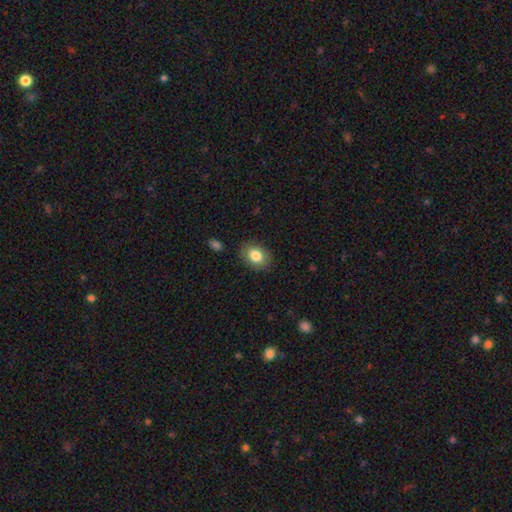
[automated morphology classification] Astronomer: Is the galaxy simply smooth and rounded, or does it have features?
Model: smooth — 82%.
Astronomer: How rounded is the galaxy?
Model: in between — 69%.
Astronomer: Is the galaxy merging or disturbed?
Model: none — 85%.